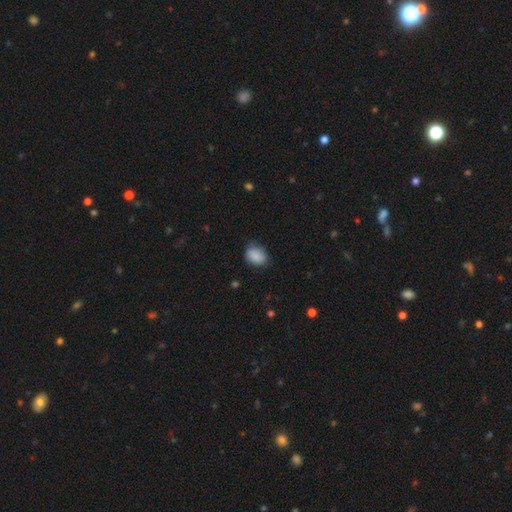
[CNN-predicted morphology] Smooth or featured?
  - smooth: 88% *
  - star or artifact: 8%
  - featured or disk: 5%
How rounded?
  - in between: 68% *
  - round: 31%
  - cigar-shaped: 1%
Merging?
  - none: 70% *
  - minor disturbance: 24%
  - major disturbance: 5%
  - merger: 1%